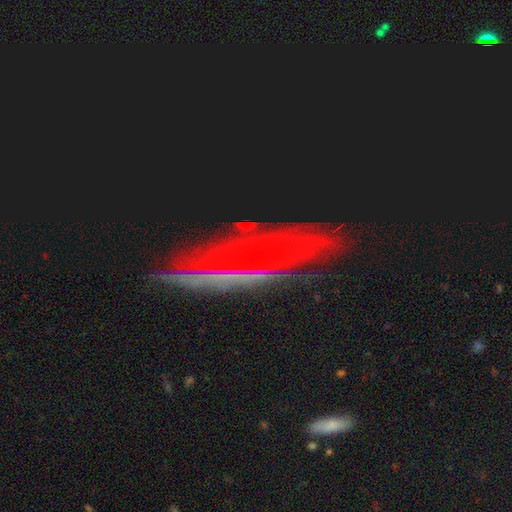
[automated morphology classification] type=featured or disk (45%); merging=none (74%).